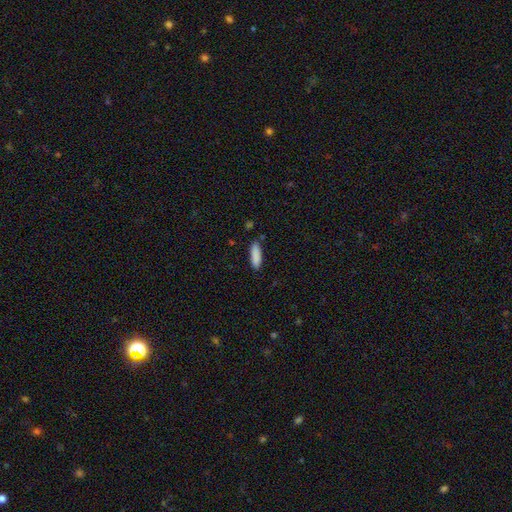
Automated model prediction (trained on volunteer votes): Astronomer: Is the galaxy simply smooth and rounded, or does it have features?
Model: smooth — 89%.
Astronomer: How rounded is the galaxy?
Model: cigar-shaped — 54% (runner-up: in between, 45%).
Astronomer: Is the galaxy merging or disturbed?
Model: none — 84%.